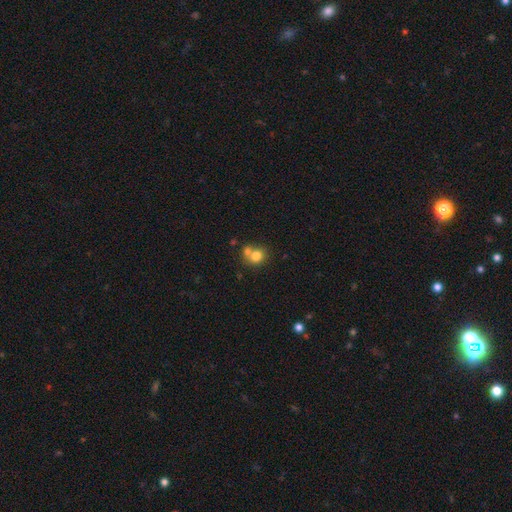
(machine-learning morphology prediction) smooth-or-featured: smooth: 77% | featured or disk: 12% | star or artifact: 11%
  how-rounded: round: 75% | in between: 24% | cigar-shaped: 1%
  merging: merger: 45% | none: 42% | minor disturbance: 9% | major disturbance: 4%